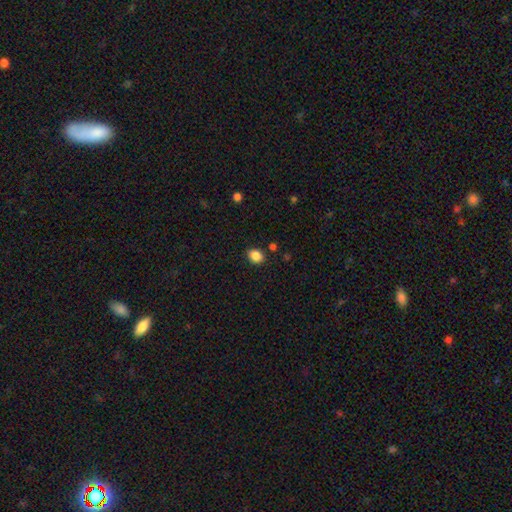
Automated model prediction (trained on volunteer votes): Smooth or featured? smooth (87%)
How rounded? in between (53%)
Merging? none (85%)